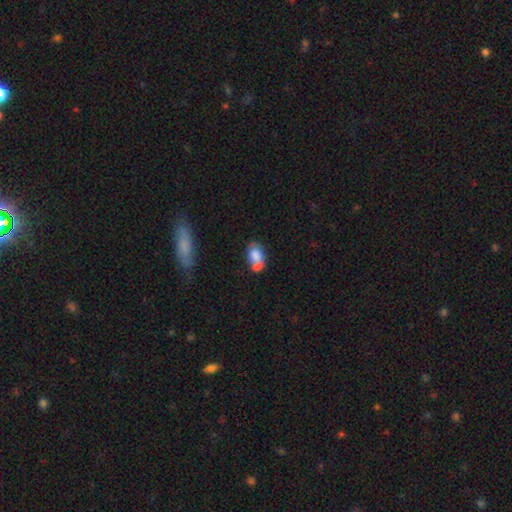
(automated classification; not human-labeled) This is likely a smooth galaxy (69%). How rounded: clearly in between (81%). Merging: marginally merger (44%).